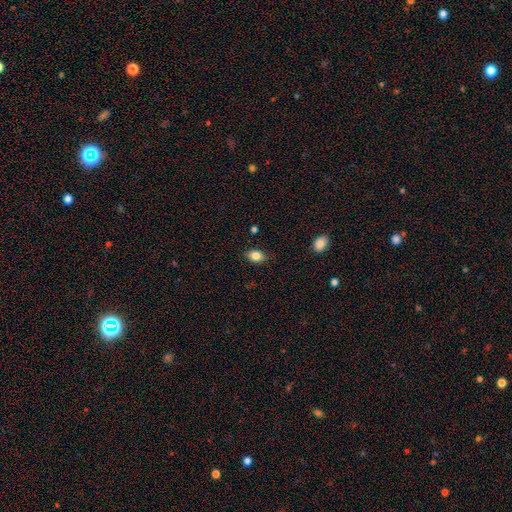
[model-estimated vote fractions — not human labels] This is clearly a smooth galaxy (83%). How rounded: likely in between (77%). Merging: clearly none (84%).